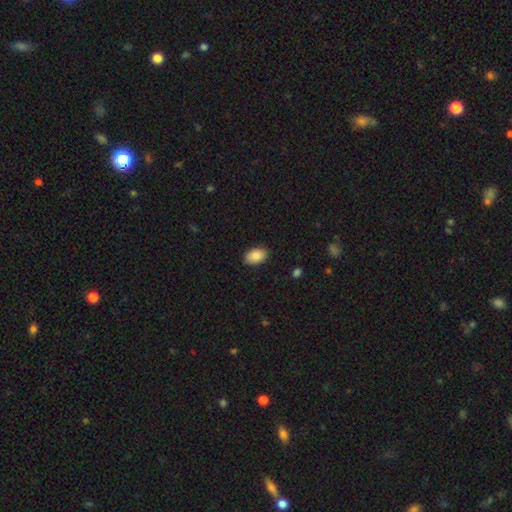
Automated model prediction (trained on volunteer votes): smooth_or_featured: smooth (p=0.89) [alt: star or artifact p=0.07]
how_rounded: in between (p=0.91) [alt: round p=0.08]
merging: none (p=0.89) [alt: minor disturbance p=0.08]